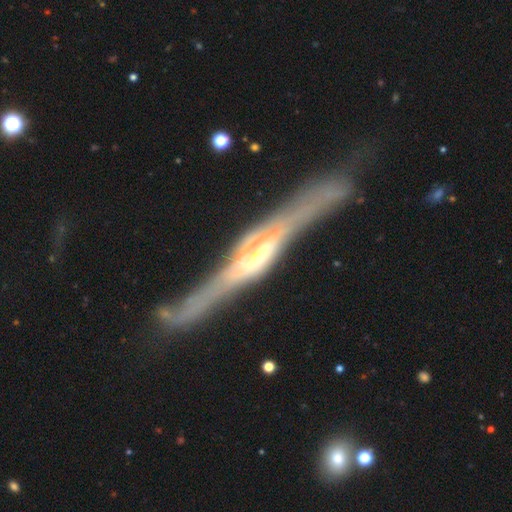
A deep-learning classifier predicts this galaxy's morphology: This is clearly a featured or disk galaxy (84%). It is clearly viewed edge-on (87%). Edge-on bulge: likely rounded (63%). Merging: likely none (64%).